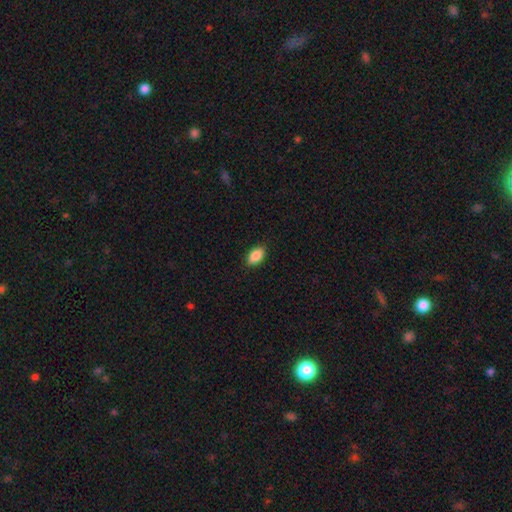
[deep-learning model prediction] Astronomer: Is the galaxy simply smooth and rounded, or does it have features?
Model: smooth — 88%.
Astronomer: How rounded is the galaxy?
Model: in between — 91%.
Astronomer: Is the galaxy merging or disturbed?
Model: none — 87%.